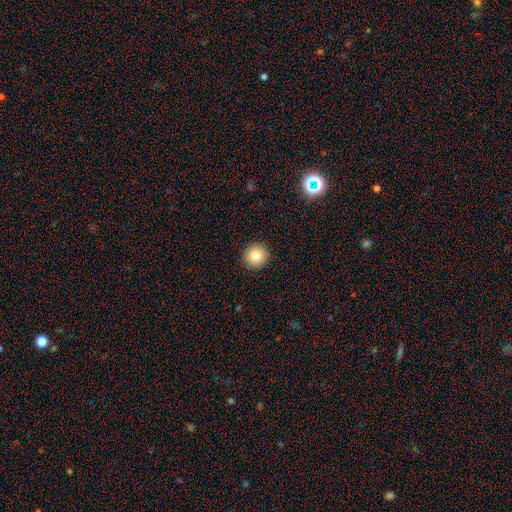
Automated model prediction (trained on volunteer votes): smooth_or_featured: smooth (p=0.81) [alt: star or artifact p=0.10]
how_rounded: round (p=0.92) [alt: in between p=0.07]
merging: none (p=0.92) [alt: minor disturbance p=0.05]